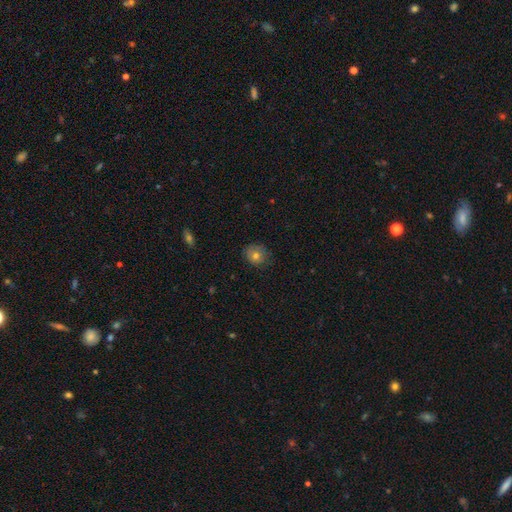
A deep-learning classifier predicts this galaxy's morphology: Smooth or featured? Predicted: smooth (p=0.74). How rounded? Predicted: round (p=0.77). Merging? Predicted: none (p=0.77).